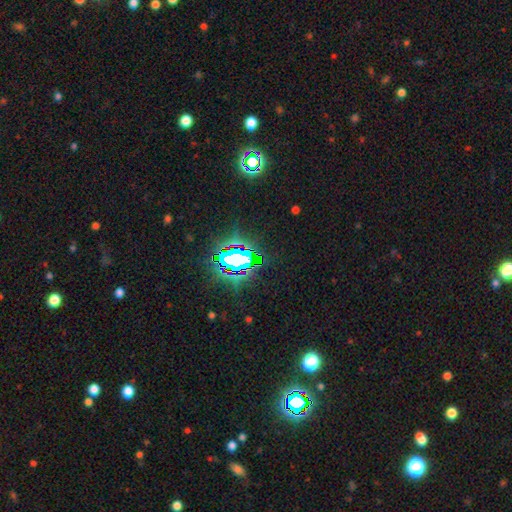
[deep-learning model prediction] Q: Smooth or featured?
A: star or artifact (82%); runner-up: smooth (11%)